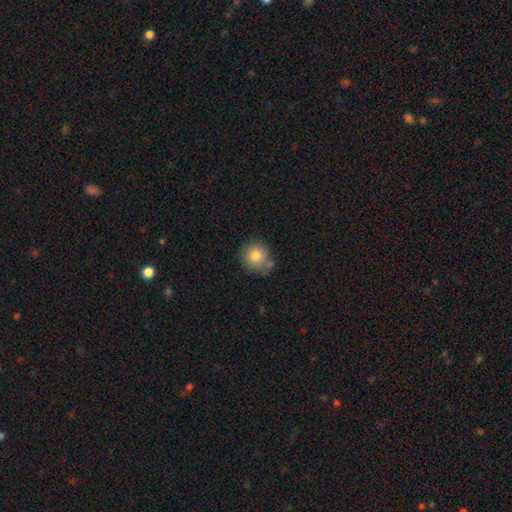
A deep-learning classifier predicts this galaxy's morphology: smooth-or-featured: smooth: 82% | star or artifact: 9% | featured or disk: 9%
  how-rounded: round: 86% | in between: 13% | cigar-shaped: 1%
  merging: none: 67% | minor disturbance: 19% | merger: 9% | major disturbance: 4%